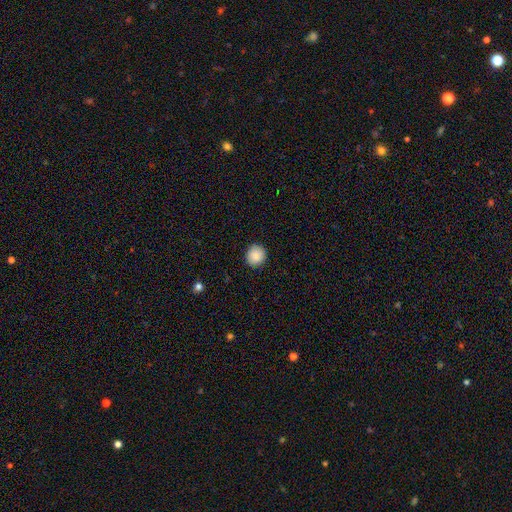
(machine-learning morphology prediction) A smooth galaxy with no disk features (87%) that is round (90%). Merging: none (91%).